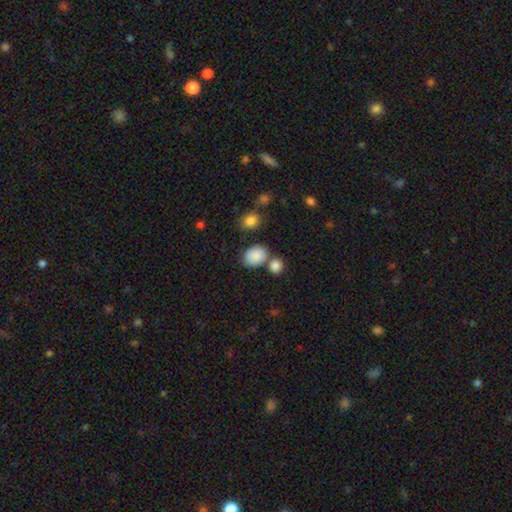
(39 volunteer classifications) Smooth or featured? 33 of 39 (85%) said smooth. How rounded? 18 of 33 (55%) said in between. Merging? 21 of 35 (60%) said none.